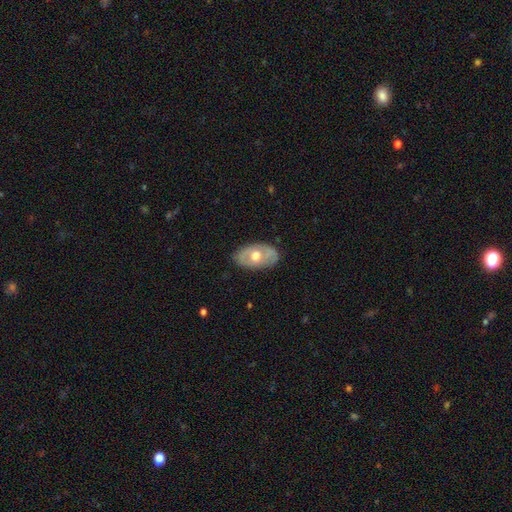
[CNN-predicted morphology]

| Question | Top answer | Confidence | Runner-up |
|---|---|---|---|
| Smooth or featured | featured or disk | 50% | smooth (44%) |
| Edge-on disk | no | 87% | yes (13%) |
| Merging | none | 80% | minor disturbance (15%) |